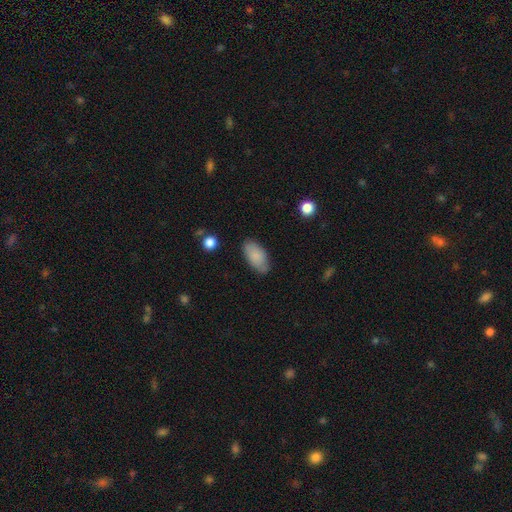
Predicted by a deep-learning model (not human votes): This appears to be a smooth galaxy with no disk features (85%) that is in between round and cigar-shaped (93%). Merging: none (79%).